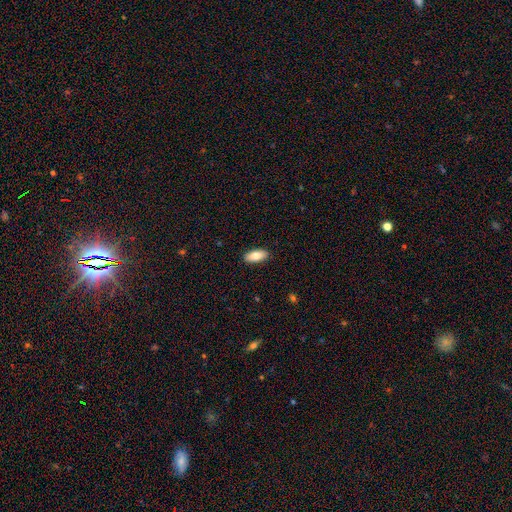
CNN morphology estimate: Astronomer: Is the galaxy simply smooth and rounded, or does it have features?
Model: smooth — 81%.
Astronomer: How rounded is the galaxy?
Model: in between — 86%.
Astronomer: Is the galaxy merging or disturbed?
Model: none — 90%.